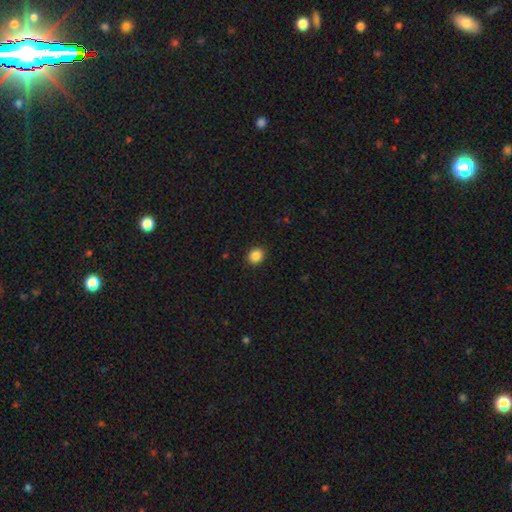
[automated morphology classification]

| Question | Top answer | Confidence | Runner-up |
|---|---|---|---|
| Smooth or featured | smooth | 87% | star or artifact (10%) |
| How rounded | round | 71% | in between (28%) |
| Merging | none | 91% | minor disturbance (6%) |